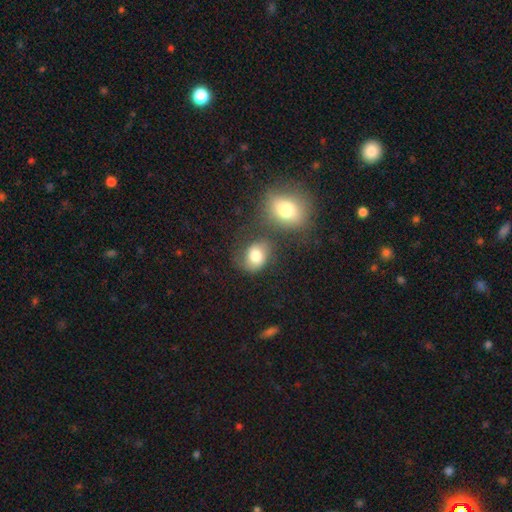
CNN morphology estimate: Smooth or featured? Predicted: smooth (p=0.74). How rounded? Predicted: in between (p=0.53). Merging? Predicted: none (p=0.55).